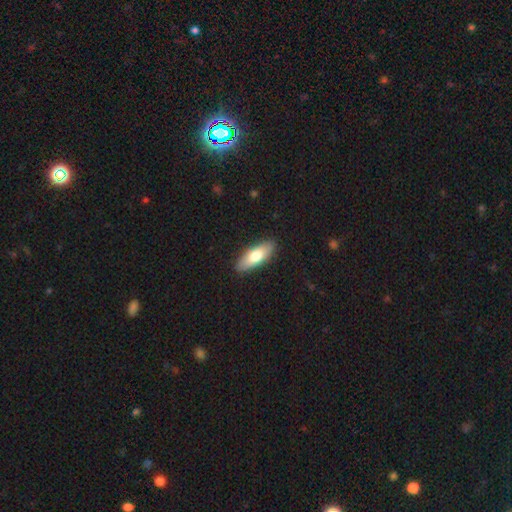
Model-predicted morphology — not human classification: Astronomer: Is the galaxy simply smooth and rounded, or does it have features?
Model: smooth — 75%.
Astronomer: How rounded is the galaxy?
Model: in between — 65%.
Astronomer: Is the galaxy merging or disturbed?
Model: none — 88%.